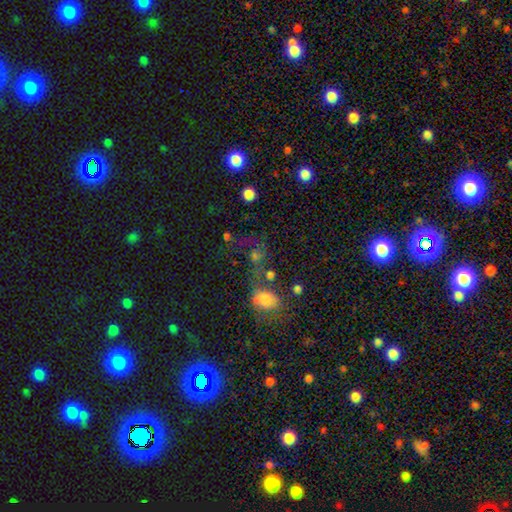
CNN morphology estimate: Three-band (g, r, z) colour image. It shows a smooth galaxy with no disk features (51%) that is round (65%). Merging: none (40%).